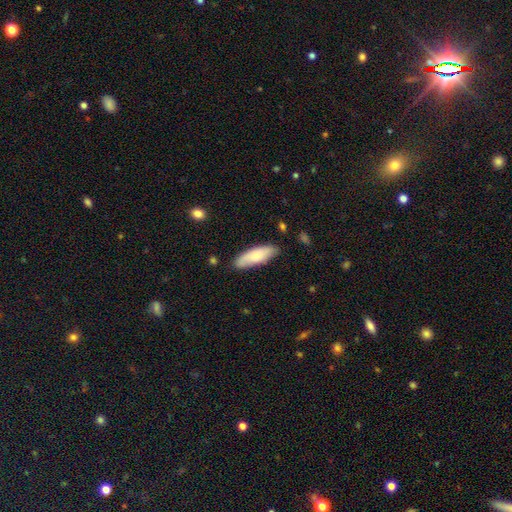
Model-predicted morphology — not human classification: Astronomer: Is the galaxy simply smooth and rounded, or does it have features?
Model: smooth — 78%.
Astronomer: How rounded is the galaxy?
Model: in between — 59% (runner-up: cigar-shaped, 39%).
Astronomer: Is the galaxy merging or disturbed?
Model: none — 81%.